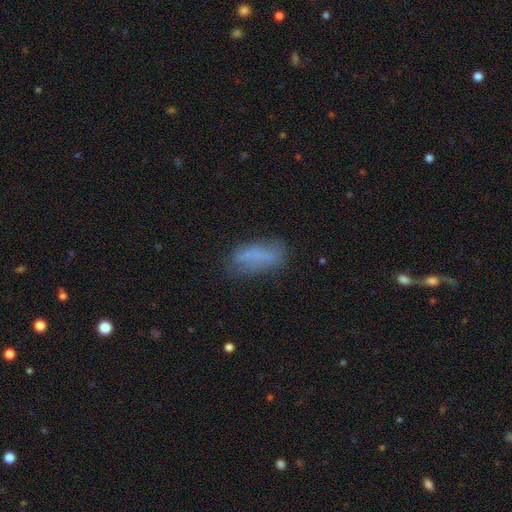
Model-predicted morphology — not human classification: smooth_or_featured: smooth (p=0.69) [alt: featured or disk p=0.19]
how_rounded: in between (p=0.76) [alt: cigar-shaped p=0.20]
merging: none (p=0.66) [alt: minor disturbance p=0.22]